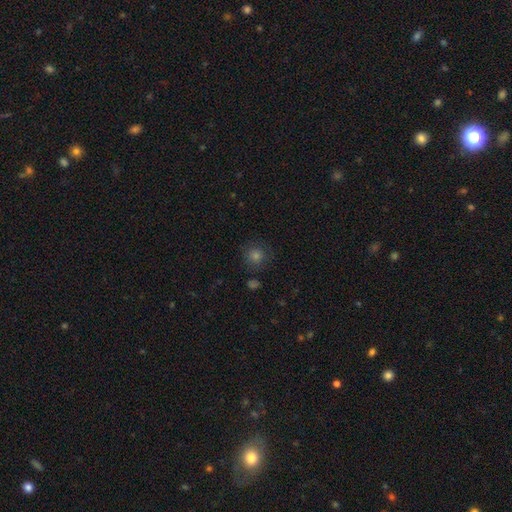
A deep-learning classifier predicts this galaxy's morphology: smooth-or-featured: smooth: 66% | star or artifact: 23% | featured or disk: 11%
  how-rounded: round: 93% | in between: 6% | cigar-shaped: 1%
  merging: none: 83% | minor disturbance: 10% | major disturbance: 4% | merger: 3%